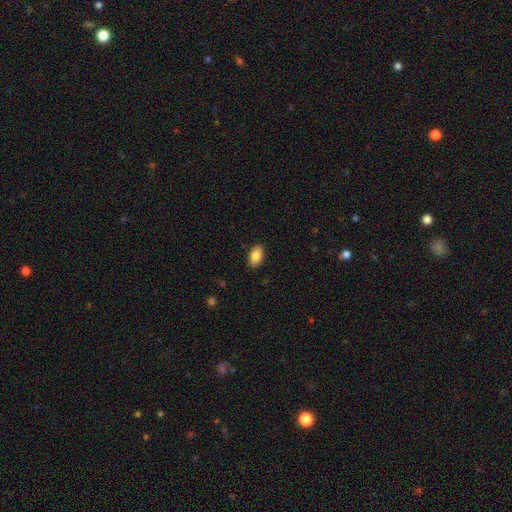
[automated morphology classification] smooth 86%, star or artifact 7%, featured or disk 7%. Down the decision tree: how rounded — in between (91%); merging — none (88%).